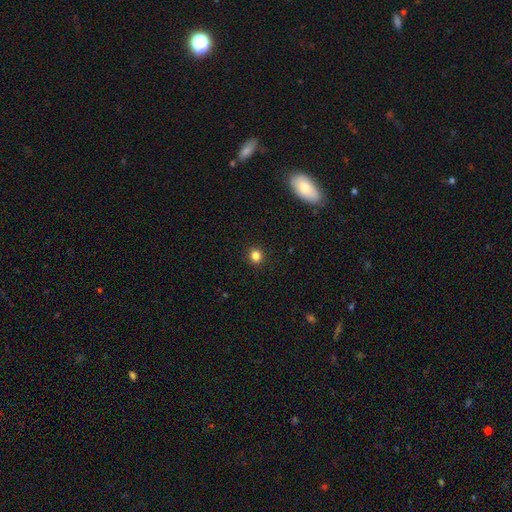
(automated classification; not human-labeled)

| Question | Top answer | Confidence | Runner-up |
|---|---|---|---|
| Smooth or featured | smooth | 83% | star or artifact (12%) |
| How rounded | round | 80% | in between (19%) |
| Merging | none | 91% | minor disturbance (6%) |